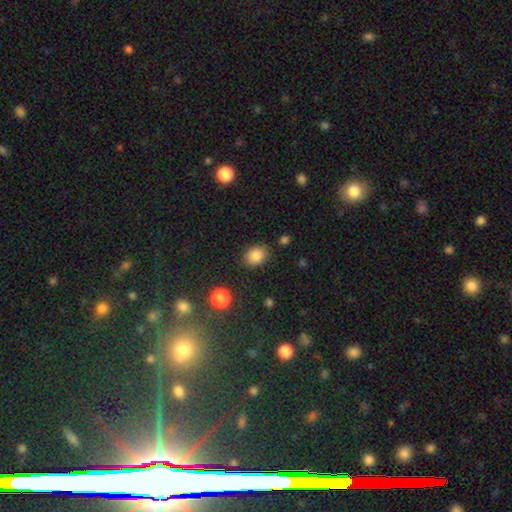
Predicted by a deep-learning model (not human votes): This is clearly a smooth galaxy (85%). How rounded: possibly in between (55%). Merging: clearly none (84%).